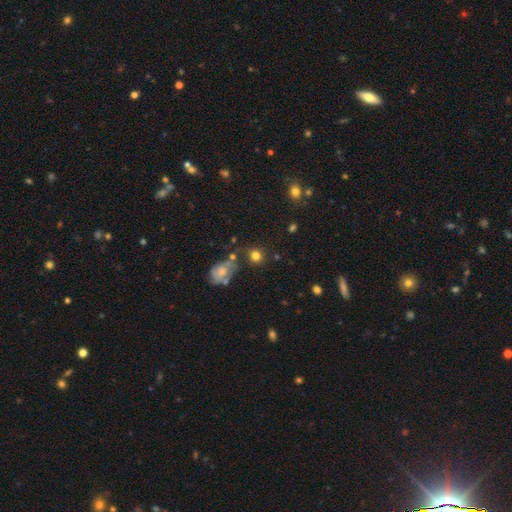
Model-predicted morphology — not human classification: Q: Smooth or featured?
A: smooth (77%); runner-up: star or artifact (14%)
Q: How rounded?
A: round (84%); runner-up: in between (15%)
Q: Merging?
A: none (70%); runner-up: minor disturbance (13%)